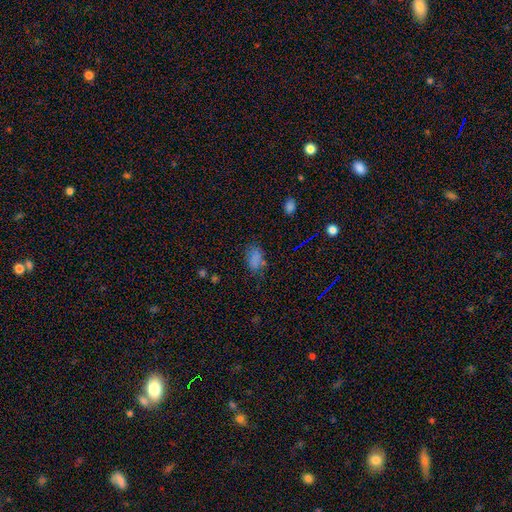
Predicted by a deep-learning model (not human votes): The model was most divided on "merging": none: 68%, minor disturbance: 21%, major disturbance: 8%, merger: 3%. More confident: how rounded — in between (87%); smooth or featured — smooth (71%).